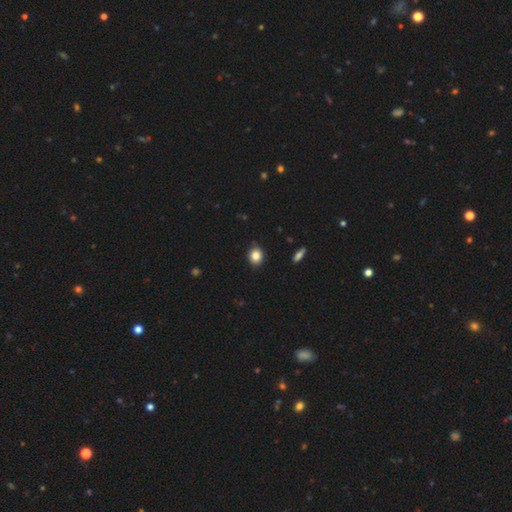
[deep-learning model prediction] Smooth or featured? smooth (84%)
How rounded? round (69%)
Merging? none (86%)